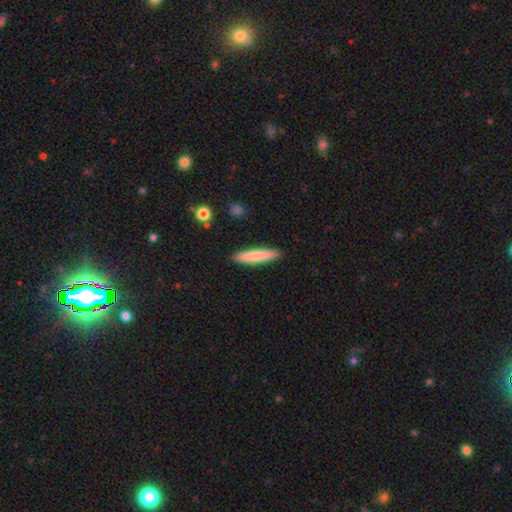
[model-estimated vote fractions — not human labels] Smooth or featured? Predicted: smooth (p=0.81). How rounded? Predicted: cigar-shaped (p=0.88). Merging? Predicted: none (p=0.90).